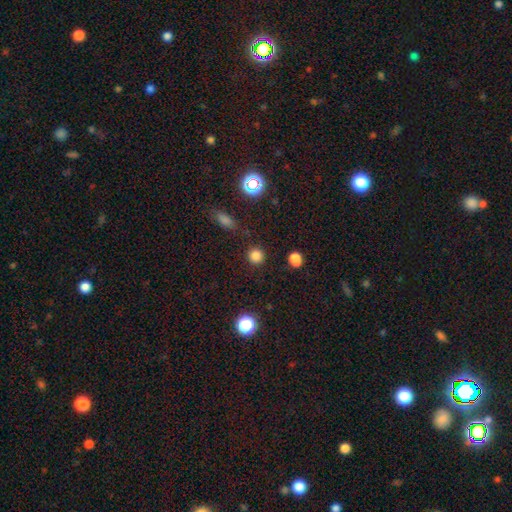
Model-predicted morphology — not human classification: smooth 81%, star or artifact 15%, featured or disk 4%. Down the decision tree: how rounded — round (92%); merging — none (89%).